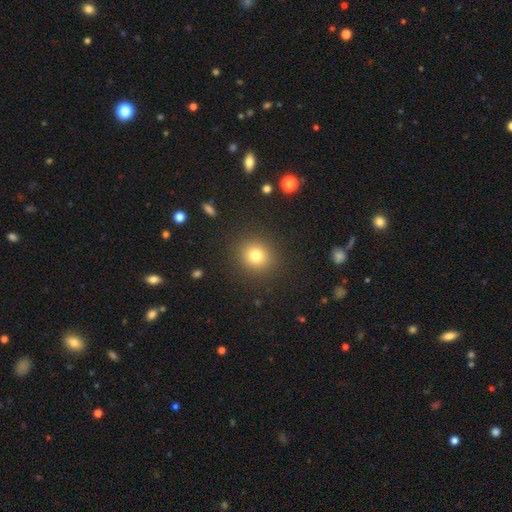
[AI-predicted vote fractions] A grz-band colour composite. It shows a smooth galaxy with no disk features (79%) that is round (88%). Merging: none (90%).